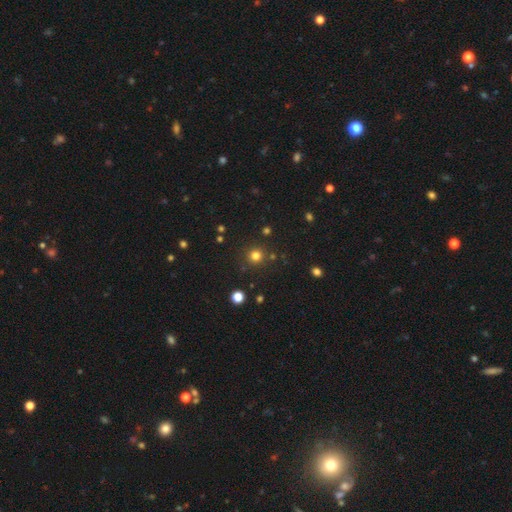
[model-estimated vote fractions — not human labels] Morphology: type=smooth (78%); roundness=round (94%); merging=none (88%).